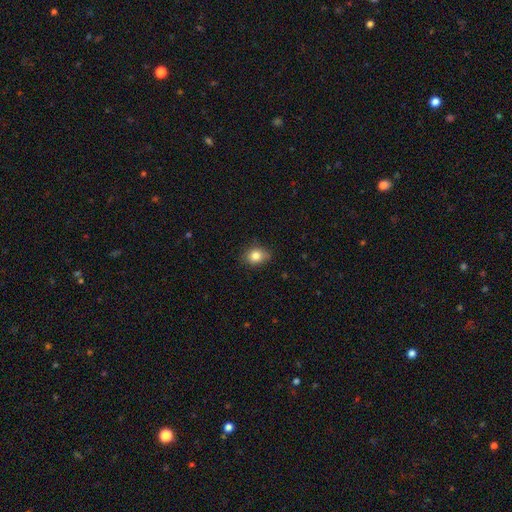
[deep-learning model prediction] Morphology: type=smooth (83%); roundness=in between (58%); merging=none (80%).